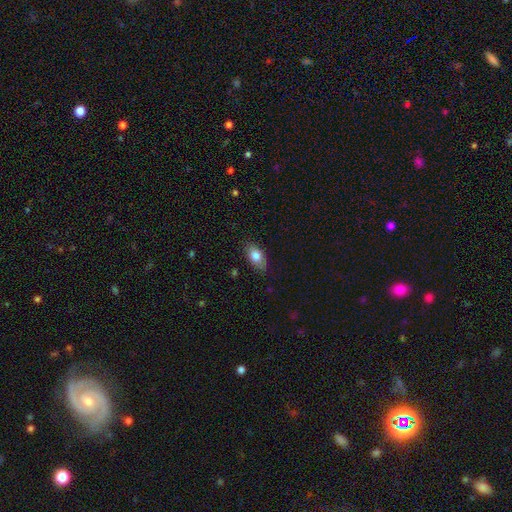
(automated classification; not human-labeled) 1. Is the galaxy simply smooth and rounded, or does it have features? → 81% smooth, 12% featured or disk, 7% star or artifact.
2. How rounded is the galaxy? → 90% in between, 6% round, 4% cigar-shaped.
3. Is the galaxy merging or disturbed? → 81% none, 15% minor disturbance, 3% major disturbance, 1% merger.